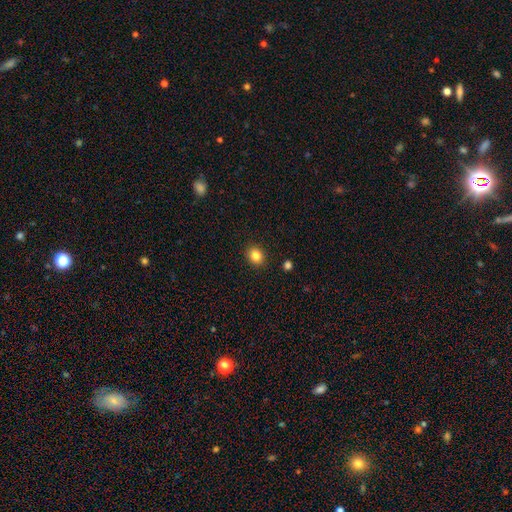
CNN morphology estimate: A smooth galaxy with no disk features (84%) that is round (63%). Merging: none (90%).